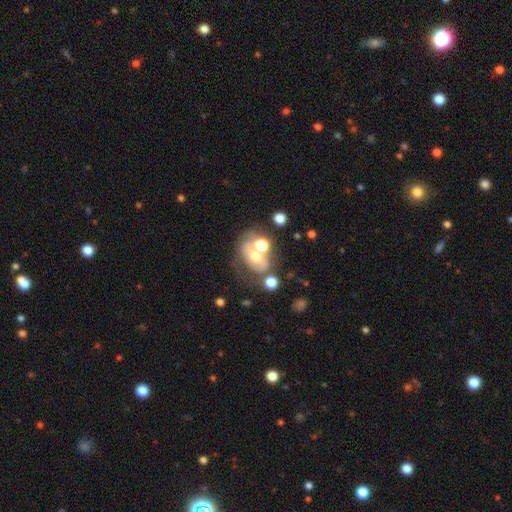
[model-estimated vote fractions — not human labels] featured or disk 47%, smooth 38%, star or artifact 15%. Down the decision tree: merging — none (36%).